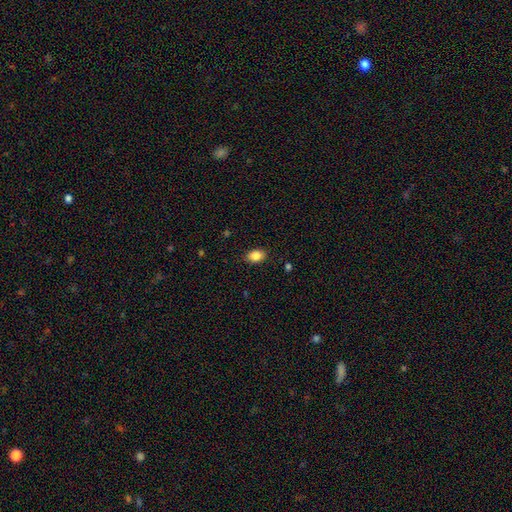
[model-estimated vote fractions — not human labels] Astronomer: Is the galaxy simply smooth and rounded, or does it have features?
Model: smooth — 87%.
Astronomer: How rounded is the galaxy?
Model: in between — 79%.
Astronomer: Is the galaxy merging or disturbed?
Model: none — 87%.